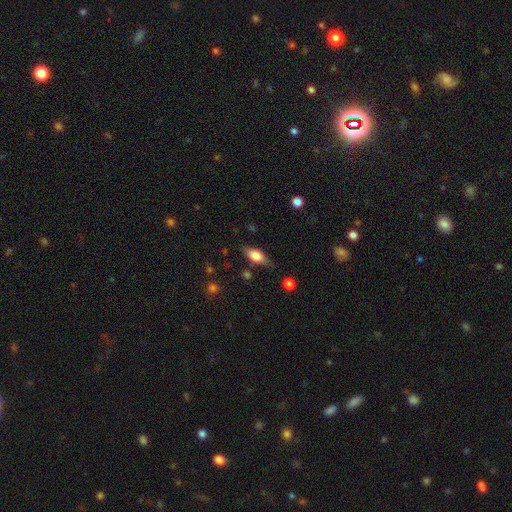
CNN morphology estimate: Overall: smooth (65%; featured or disk 28%). How rounded: in between (79%). Merging: none (76%).